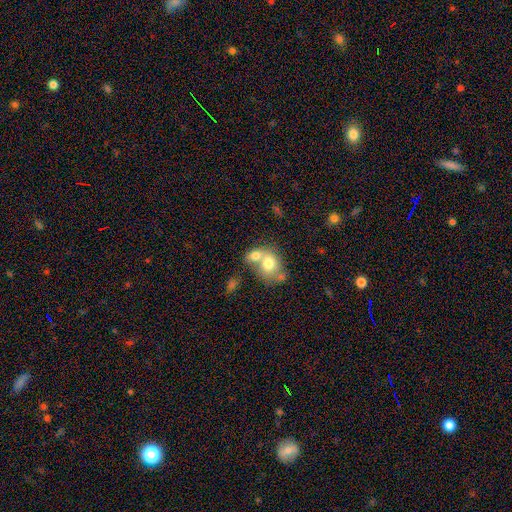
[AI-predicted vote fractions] This is likely a smooth galaxy (70%). How rounded: possibly round (51%). Merging: likely merger (64%).